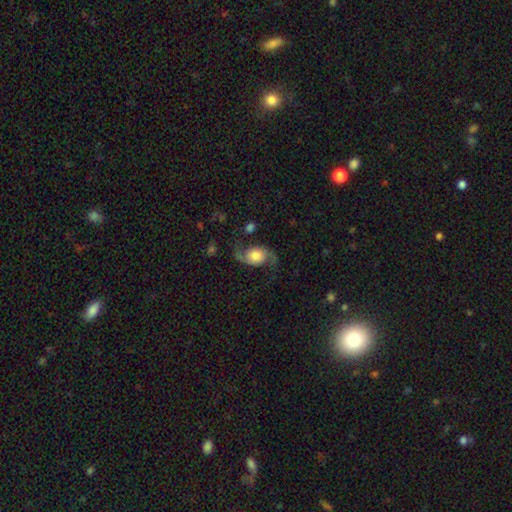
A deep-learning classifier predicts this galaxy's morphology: smooth_or_featured: featured or disk (p=0.81) [alt: smooth p=0.13]
disk_edge_on: no (p=0.97) [alt: yes p=0.03]
bar: no (p=0.73) [alt: weak p=0.22]
has_spiral_arms: yes (p=0.96) [alt: no p=0.04]
spiral_winding: loose (p=0.73) [alt: medium p=0.22]
spiral_arm_count: 2 (p=0.94) [alt: 1 p=0.02]
bulge_size: moderate (p=0.42) [alt: large p=0.35]
merging: none (p=0.71) [alt: minor disturbance p=0.16]